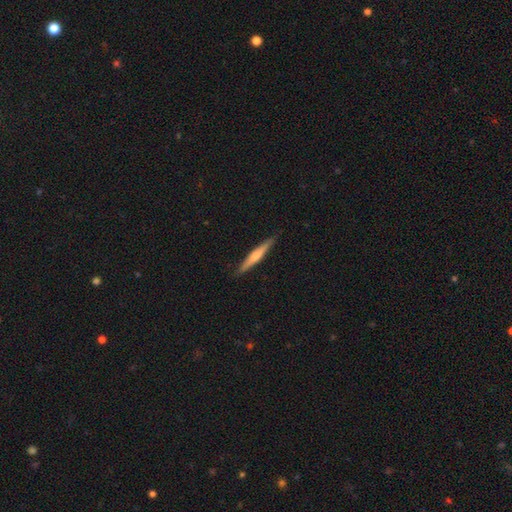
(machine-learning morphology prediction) smooth-or-featured: smooth: 48% | featured or disk: 47% | star or artifact: 5%
  merging: none: 90% | minor disturbance: 8% | major disturbance: 1% | merger: 1%